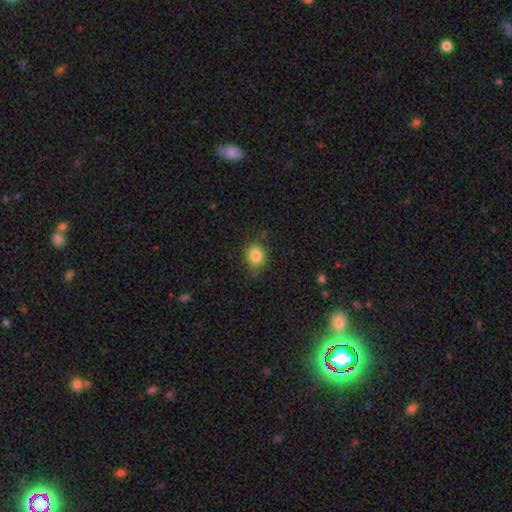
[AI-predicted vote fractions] Smooth or featured? Predicted: smooth (p=0.84). How rounded? Predicted: in between (p=0.52). Merging? Predicted: none (p=0.69).